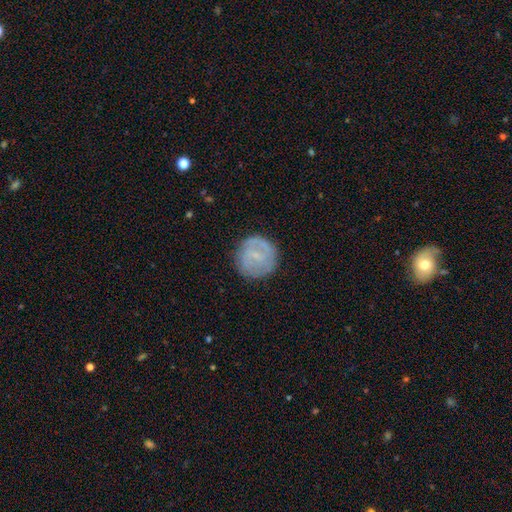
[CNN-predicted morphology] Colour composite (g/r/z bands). It shows a featured or disk galaxy (46%, tied with smooth). Merging: none (80%).